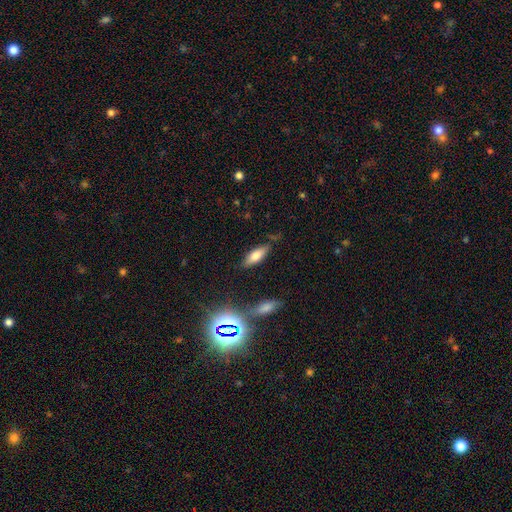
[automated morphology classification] This is likely a smooth galaxy (70%). How rounded: likely in between (67%). Merging: likely none (77%).